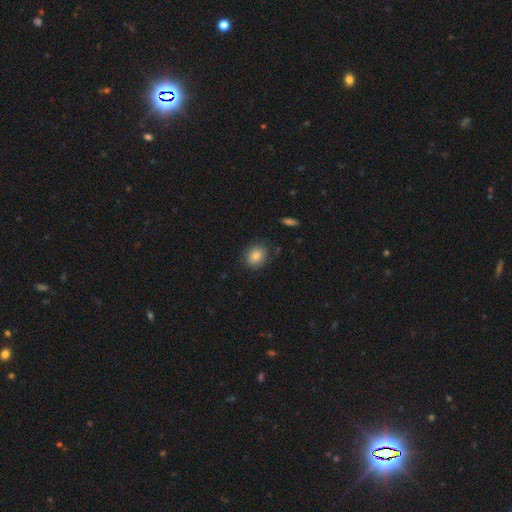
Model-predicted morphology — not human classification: Smooth or featured? smooth (83%)
How rounded? round (68%)
Merging? none (83%)